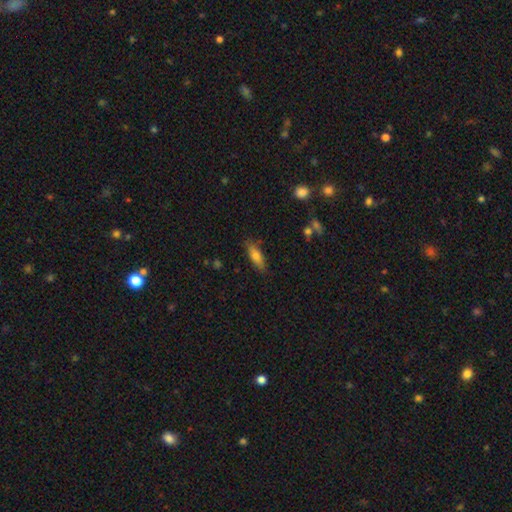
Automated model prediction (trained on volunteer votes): Morphology: type=smooth (69%); roundness=cigar-shaped (51%); merging=none (84%).